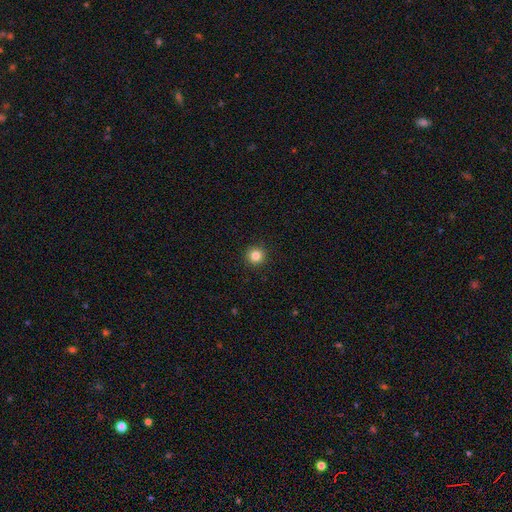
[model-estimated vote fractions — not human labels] smooth 84%, star or artifact 11%, featured or disk 4%. Down the decision tree: how rounded — round (95%); merging — none (92%).